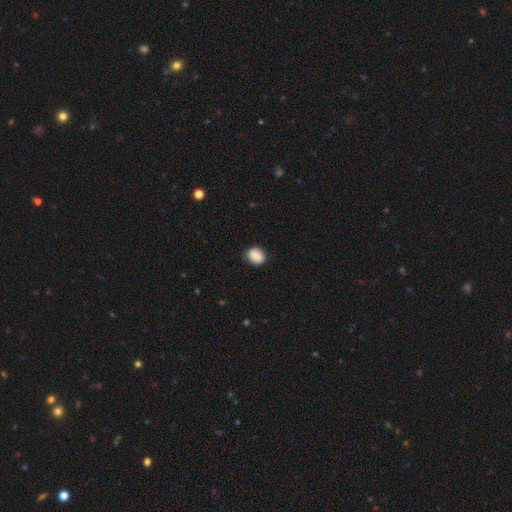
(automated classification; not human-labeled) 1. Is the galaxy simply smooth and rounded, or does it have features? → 88% smooth, 8% star or artifact, 4% featured or disk.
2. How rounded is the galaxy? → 56% in between, 43% round, 1% cigar-shaped.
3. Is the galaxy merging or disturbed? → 85% none, 11% minor disturbance, 3% major disturbance, 1% merger.